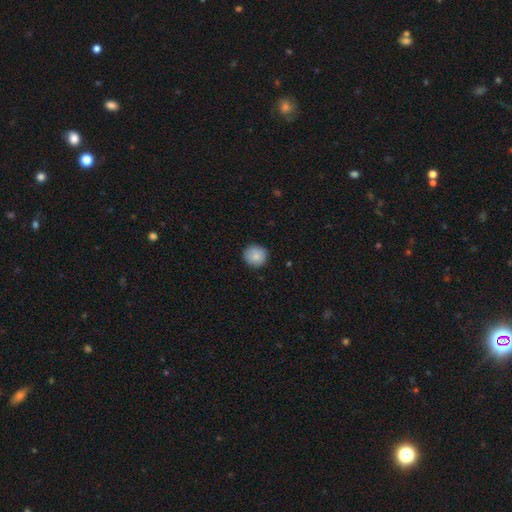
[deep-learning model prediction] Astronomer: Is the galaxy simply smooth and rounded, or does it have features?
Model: smooth — 85%.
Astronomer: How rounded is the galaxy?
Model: round — 92%.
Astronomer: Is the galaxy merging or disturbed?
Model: none — 87%.